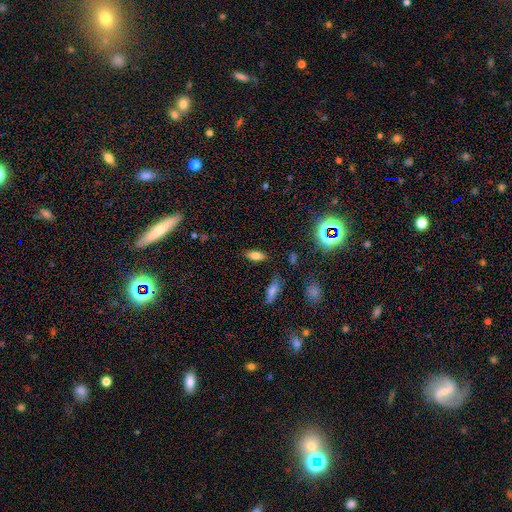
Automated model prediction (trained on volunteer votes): Smooth or featured?
  - smooth: 76% *
  - star or artifact: 13%
  - featured or disk: 11%
How rounded?
  - in between: 81% *
  - cigar-shaped: 16%
  - round: 3%
Merging?
  - none: 84% *
  - minor disturbance: 11%
  - major disturbance: 3%
  - merger: 2%